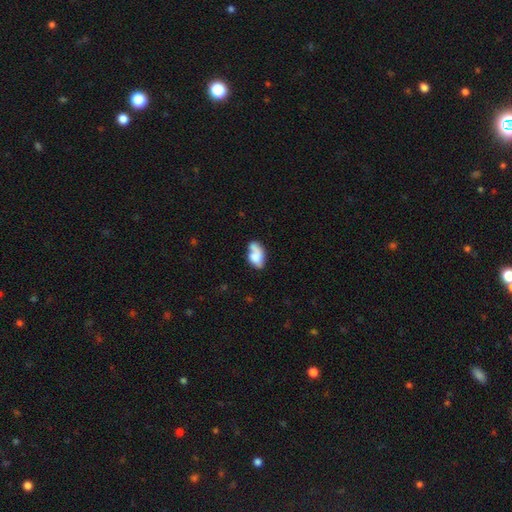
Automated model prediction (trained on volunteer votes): Q: Smooth or featured?
A: smooth (60%); runner-up: featured or disk (32%)
Q: How rounded?
A: in between (89%); runner-up: round (7%)
Q: Merging?
A: none (35%); runner-up: merger (26%)